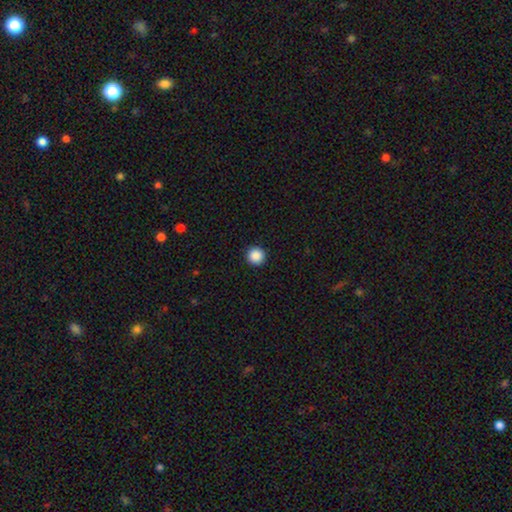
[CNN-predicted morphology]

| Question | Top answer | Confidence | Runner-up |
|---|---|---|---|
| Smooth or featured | smooth | 88% | star or artifact (9%) |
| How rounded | round | 96% | in between (3%) |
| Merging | none | 94% | minor disturbance (4%) |